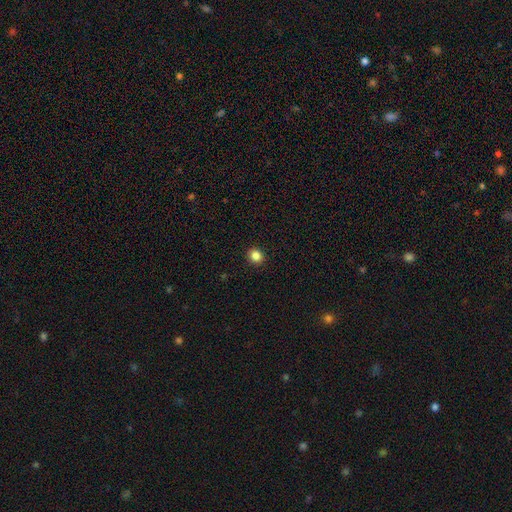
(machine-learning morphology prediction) A smooth galaxy with no disk features (86%) that is round (84%).

Vote fractions:
- Smooth or featured? smooth: 86% / star or artifact: 11% / featured or disk: 3%
- How rounded? round: 84% / in between: 15% / cigar-shaped: 1%
- Merging? none: 93% / minor disturbance: 5% / major disturbance: 2% / merger: 1%